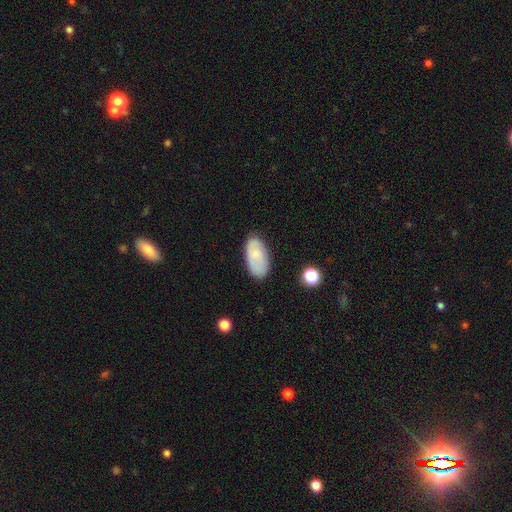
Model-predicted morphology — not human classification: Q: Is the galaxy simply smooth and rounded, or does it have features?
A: smooth — 69%.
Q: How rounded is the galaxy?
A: in between — 94%.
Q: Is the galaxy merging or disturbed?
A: none — 77%.